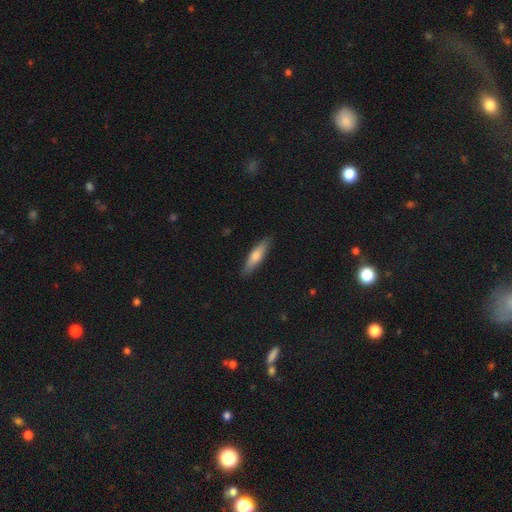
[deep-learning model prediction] Morphology: type=smooth (61%); roundness=cigar-shaped (77%); merging=none (89%).